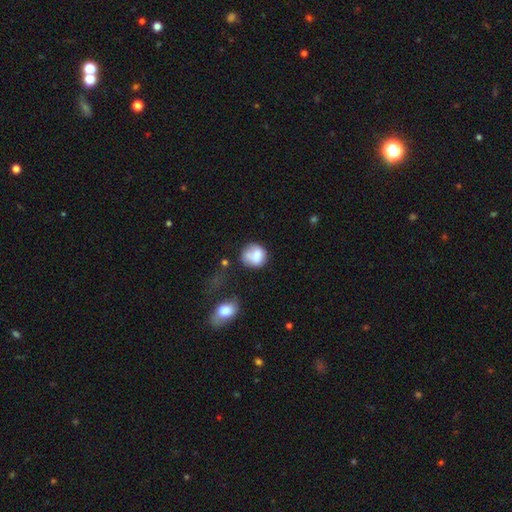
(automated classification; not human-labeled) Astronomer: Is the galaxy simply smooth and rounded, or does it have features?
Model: smooth — 72%.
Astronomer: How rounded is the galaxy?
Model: round — 78%.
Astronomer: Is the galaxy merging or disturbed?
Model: none — 48% (runner-up: minor disturbance, 24%).